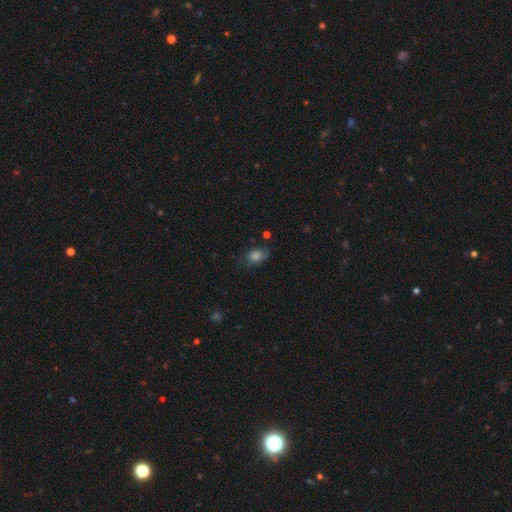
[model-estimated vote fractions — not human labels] The model was most divided on "how rounded": in between: 65%, round: 34%, cigar-shaped: 2%. More confident: smooth or featured — smooth (70%); merging — none (62%).